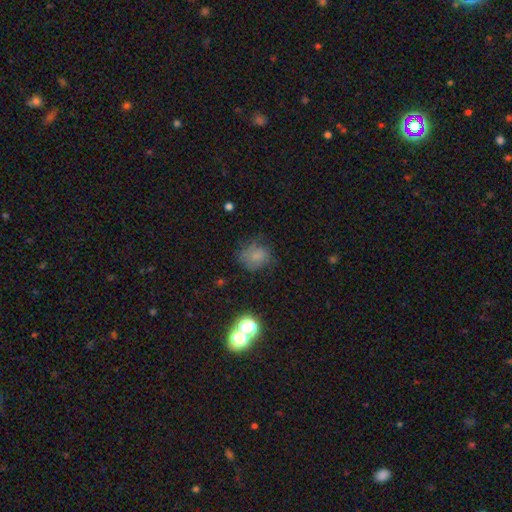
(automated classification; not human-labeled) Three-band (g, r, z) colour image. It shows a smooth galaxy with no disk features (65%) that is round (66%). Merging: none (54%).